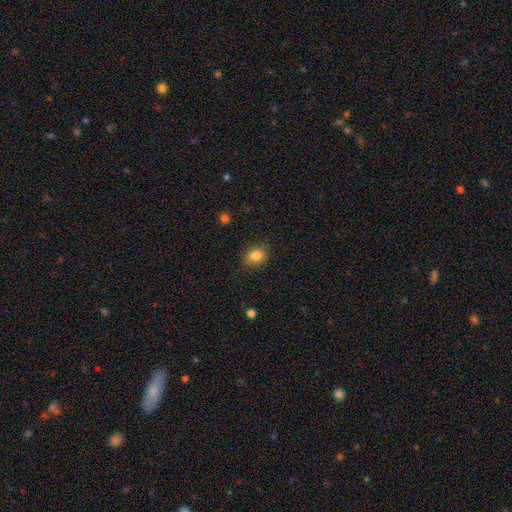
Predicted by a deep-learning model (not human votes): Morphology: type=smooth (83%); roundness=in between (56%); merging=none (77%).